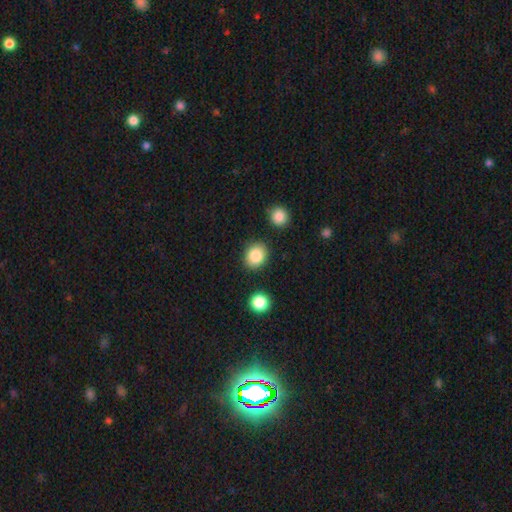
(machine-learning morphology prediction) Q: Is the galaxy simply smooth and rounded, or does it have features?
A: smooth — 85%.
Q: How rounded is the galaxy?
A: round — 63%.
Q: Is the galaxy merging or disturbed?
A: none — 85%.